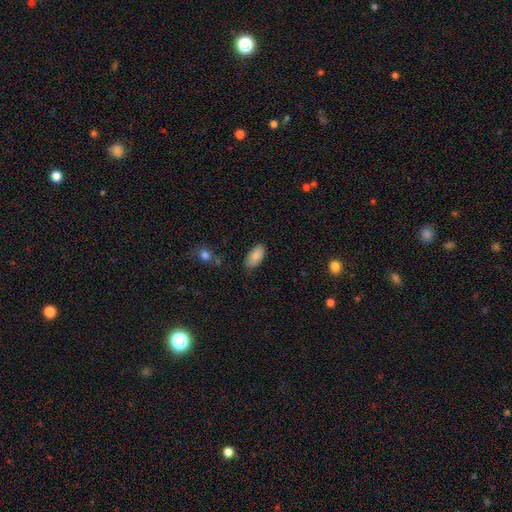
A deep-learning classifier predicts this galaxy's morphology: Smooth or featured: smooth — 88% (star or artifact — 7%)
How rounded: in between — 93% (cigar-shaped — 5%)
Merging: none — 79% (minor disturbance — 16%)